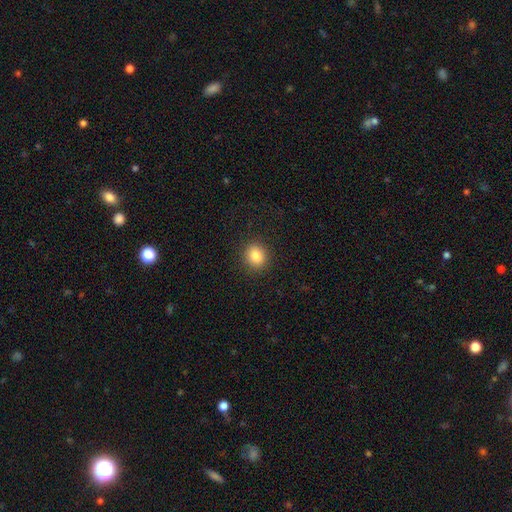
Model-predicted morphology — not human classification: A smooth galaxy with no disk features (84%) that is round (76%). Merging: none (90%).